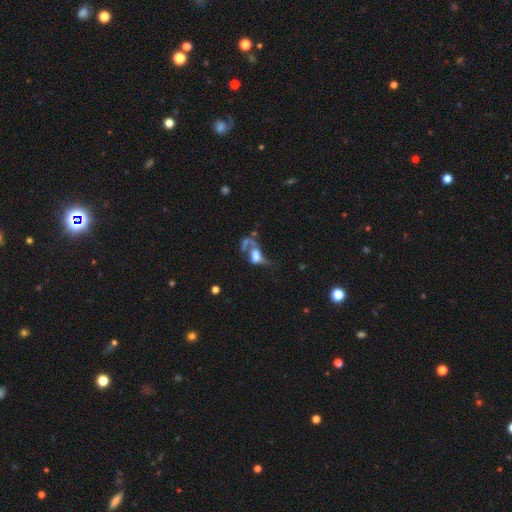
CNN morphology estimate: Overall: featured or disk (46%; smooth 39%). Merging: major disturbance (39%; merger 37%).